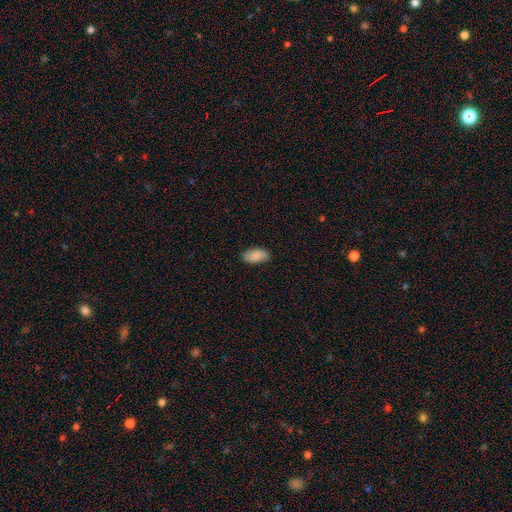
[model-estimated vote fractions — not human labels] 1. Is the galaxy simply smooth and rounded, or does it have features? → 90% smooth, 6% star or artifact, 4% featured or disk.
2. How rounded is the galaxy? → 94% in between, 4% cigar-shaped, 2% round.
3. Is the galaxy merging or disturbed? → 86% none, 11% minor disturbance, 2% major disturbance, 1% merger.